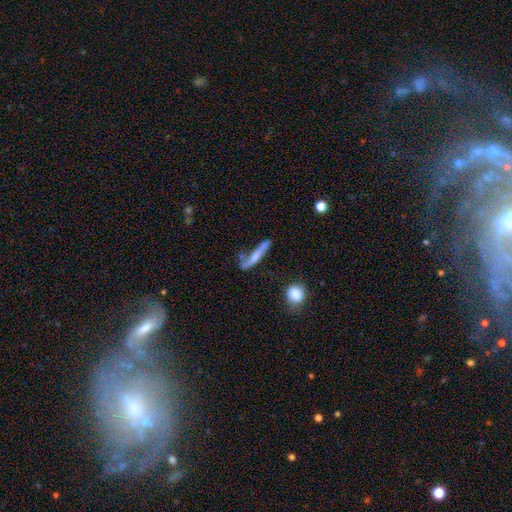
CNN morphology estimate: This is possibly a smooth galaxy (47%). Merging: possibly none (47%).